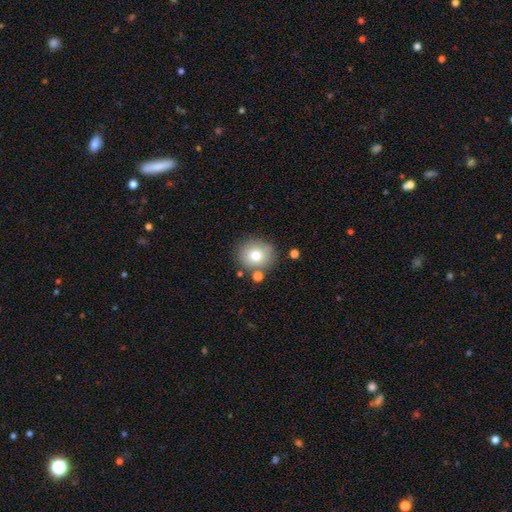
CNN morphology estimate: The model was most divided on "smooth or featured": smooth: 75%, featured or disk: 14%, star or artifact: 10%. More confident: how rounded — round (80%); merging — none (78%).